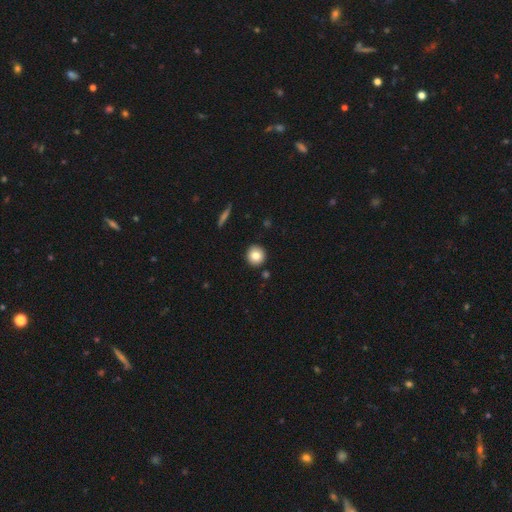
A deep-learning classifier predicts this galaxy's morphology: type=smooth (82%); roundness=round (94%); merging=none (91%).